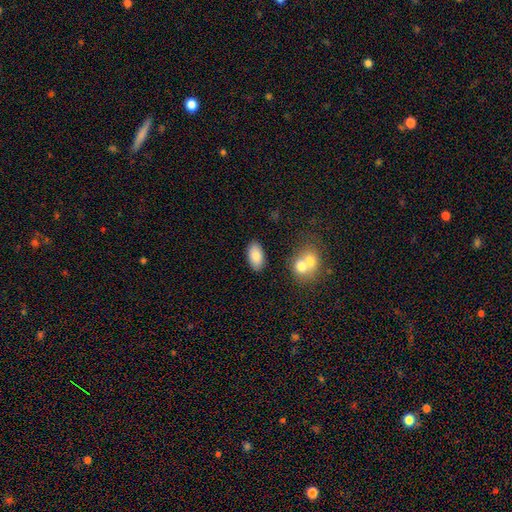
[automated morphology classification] This is clearly a smooth galaxy (83%). How rounded: clearly in between (94%). Merging: clearly none (83%).